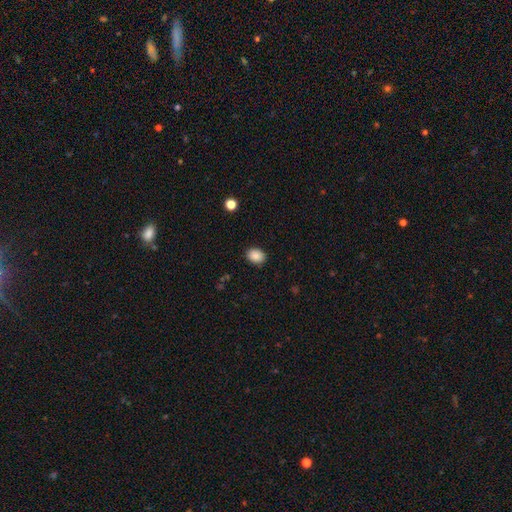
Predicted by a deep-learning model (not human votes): Smooth or featured?
  - smooth: 88% *
  - star or artifact: 9%
  - featured or disk: 3%
How rounded?
  - in between: 62% *
  - round: 37%
  - cigar-shaped: 1%
Merging?
  - none: 88% *
  - minor disturbance: 8%
  - major disturbance: 2%
  - merger: 1%